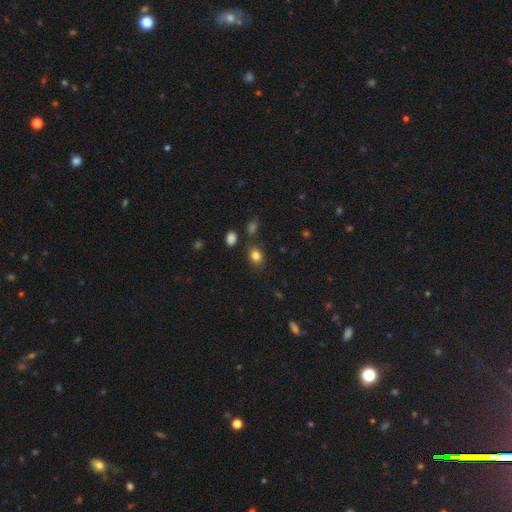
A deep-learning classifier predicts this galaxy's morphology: A smooth galaxy with no disk features (82%) that is in between round and cigar-shaped (53%). Merging: none (80%).